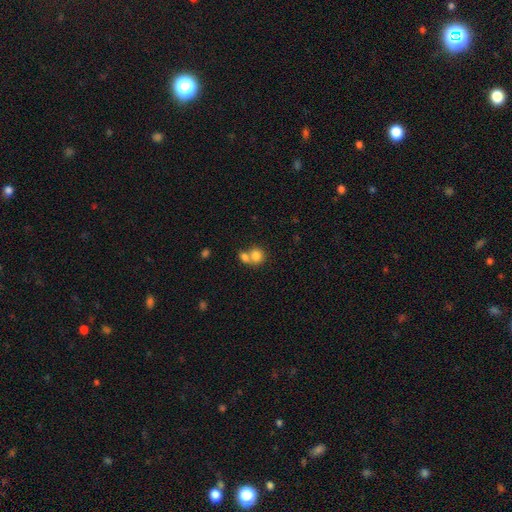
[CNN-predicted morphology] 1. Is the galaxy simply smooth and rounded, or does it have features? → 80% smooth, 10% featured or disk, 9% star or artifact.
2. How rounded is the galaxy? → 66% round, 33% in between, 1% cigar-shaped.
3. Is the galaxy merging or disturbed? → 58% merger, 31% none, 7% minor disturbance, 4% major disturbance.